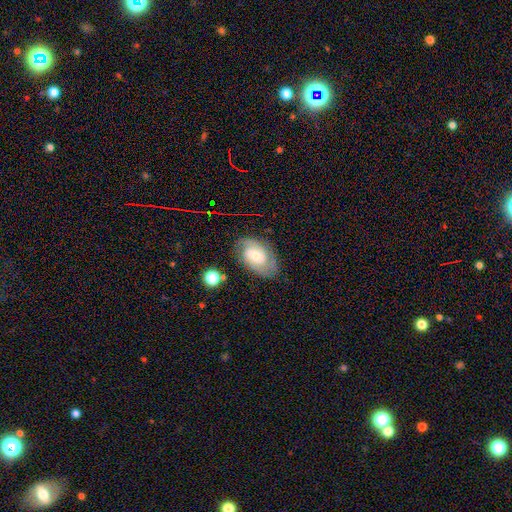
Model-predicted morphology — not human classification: A featured or disk galaxy (69%) with no bar (50%), 2 (63%) tight (48%) spiral arms (92%) and a small central bulge (45%). Merging: none (75%).